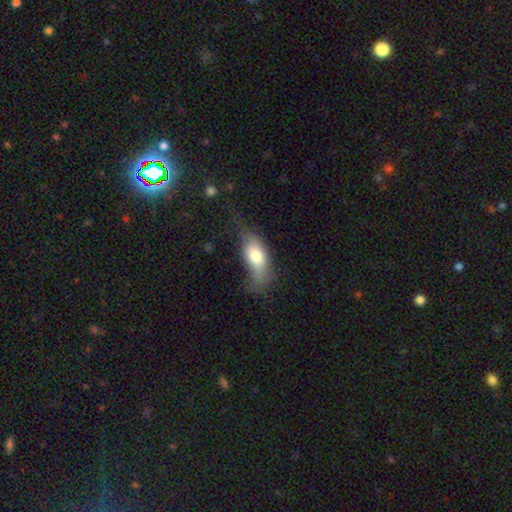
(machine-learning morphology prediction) This appears to be a smooth galaxy with no disk features (70%) that is in between round and cigar-shaped (83%). Merging: none (37%).